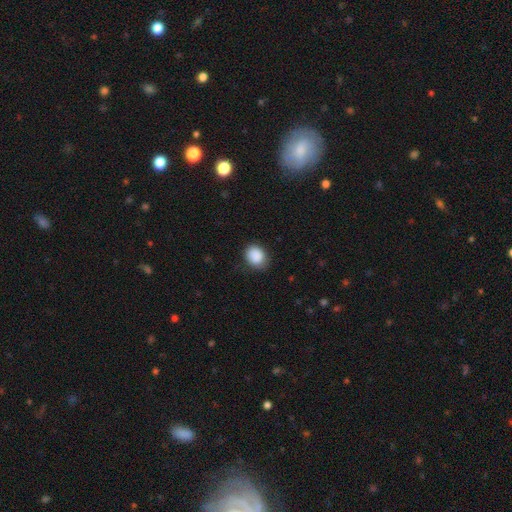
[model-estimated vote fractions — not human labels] smooth 89%, star or artifact 8%, featured or disk 3%. Down the decision tree: how rounded — round (57%); merging — none (80%).